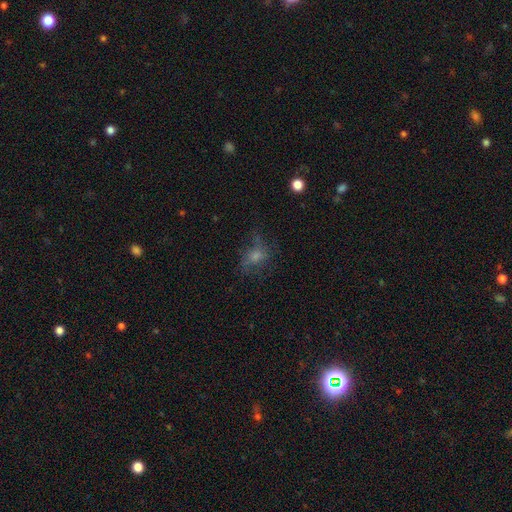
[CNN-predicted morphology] Smooth or featured? Predicted: smooth (p=0.49). Merging? Predicted: none (p=0.52).